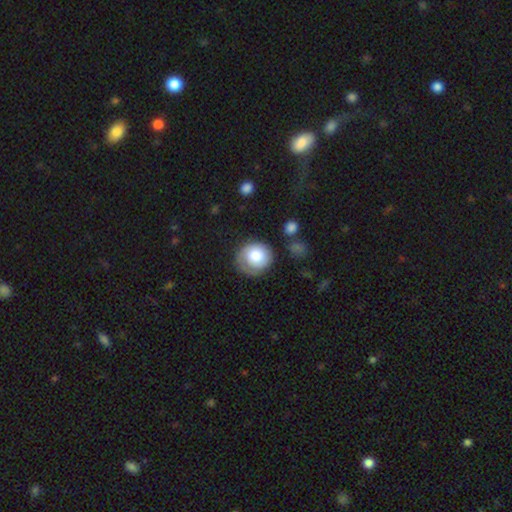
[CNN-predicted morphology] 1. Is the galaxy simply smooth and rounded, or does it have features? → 67% smooth, 26% featured or disk, 7% star or artifact.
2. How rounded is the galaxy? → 85% round, 14% in between, 1% cigar-shaped.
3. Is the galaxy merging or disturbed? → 64% none, 22% minor disturbance, 11% major disturbance, 3% merger.